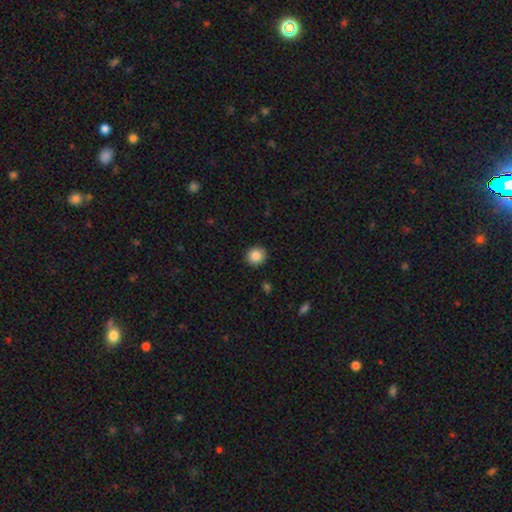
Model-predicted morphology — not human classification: smooth-or-featured: smooth: 85% | star or artifact: 9% | featured or disk: 6%
  how-rounded: round: 88% | in between: 11% | cigar-shaped: 1%
  merging: none: 91% | minor disturbance: 6% | major disturbance: 2% | merger: 1%